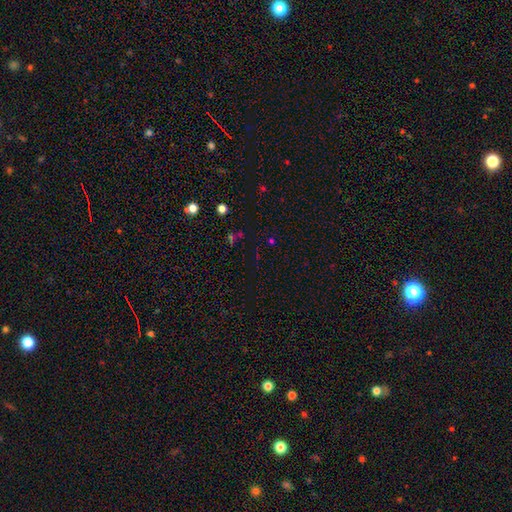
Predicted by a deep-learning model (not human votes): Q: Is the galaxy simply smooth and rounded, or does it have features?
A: star or artifact — 60%.